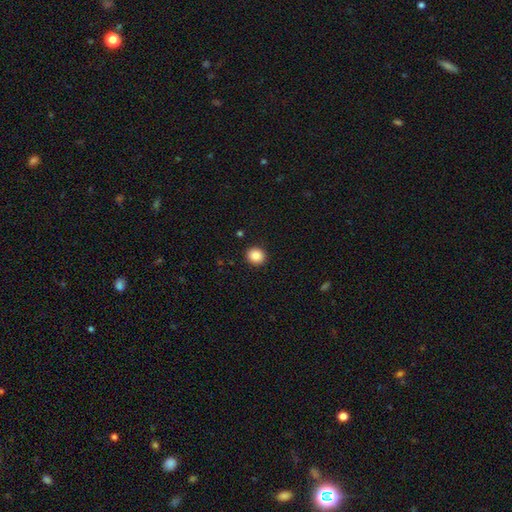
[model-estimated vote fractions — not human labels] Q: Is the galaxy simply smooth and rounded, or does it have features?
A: smooth — 87%.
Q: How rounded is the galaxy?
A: round — 83%.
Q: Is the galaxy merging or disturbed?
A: none — 92%.